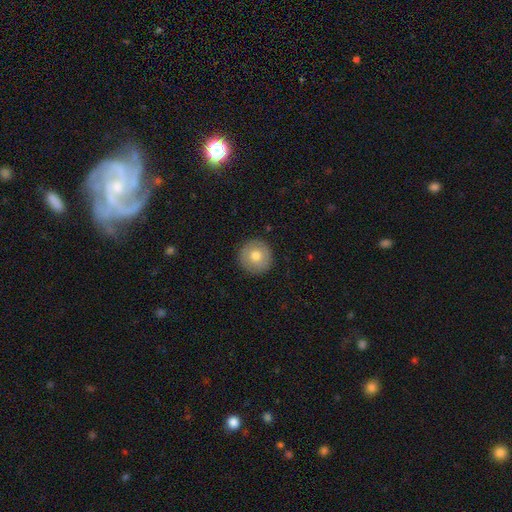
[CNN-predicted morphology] This is likely a smooth galaxy (74%). How rounded: clearly round (96%). Merging: clearly none (91%).